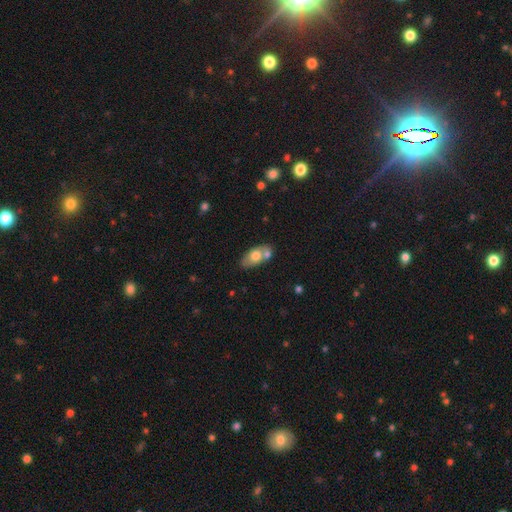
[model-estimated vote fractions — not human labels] Morphology: type=smooth (66%); roundness=in between (87%); merging=none (47%).